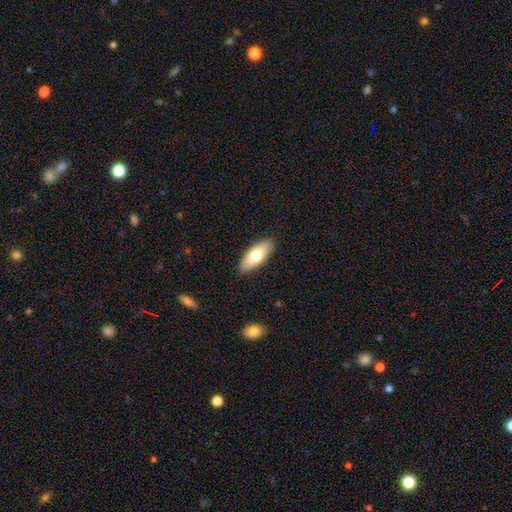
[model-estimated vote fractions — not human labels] smooth 71%, featured or disk 23%, star or artifact 6%. Down the decision tree: how rounded — in between (79%); merging — none (89%).